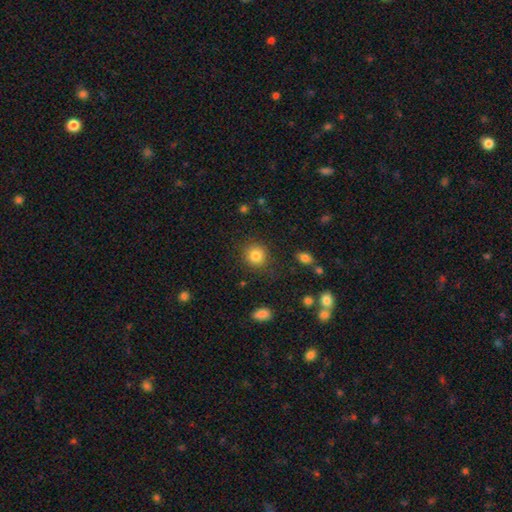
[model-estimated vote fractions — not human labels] smooth_or_featured: smooth (p=0.83) [alt: star or artifact p=0.11]
how_rounded: round (p=0.89) [alt: in between p=0.11]
merging: none (p=0.86) [alt: minor disturbance p=0.09]